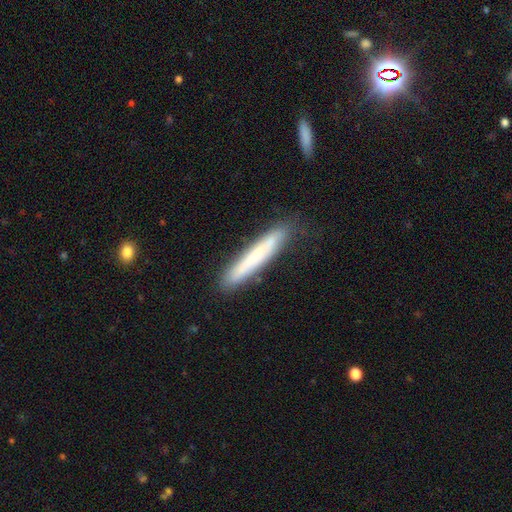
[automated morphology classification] type=smooth (65%); roundness=cigar-shaped (95%); merging=none (81%).